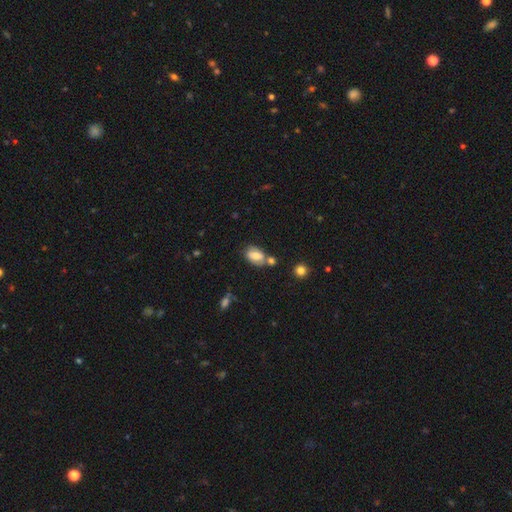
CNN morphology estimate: Overall: smooth (72%). How rounded: in between (88%). Merging: none (53%; merger 23%).